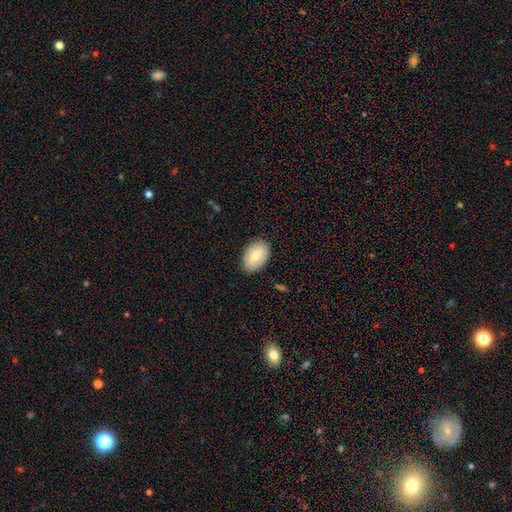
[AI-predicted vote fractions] smooth-or-featured: smooth: 77% | featured or disk: 16% | star or artifact: 7%
  how-rounded: in between: 88% | round: 11% | cigar-shaped: 1%
  merging: none: 87% | minor disturbance: 10% | major disturbance: 2% | merger: 1%